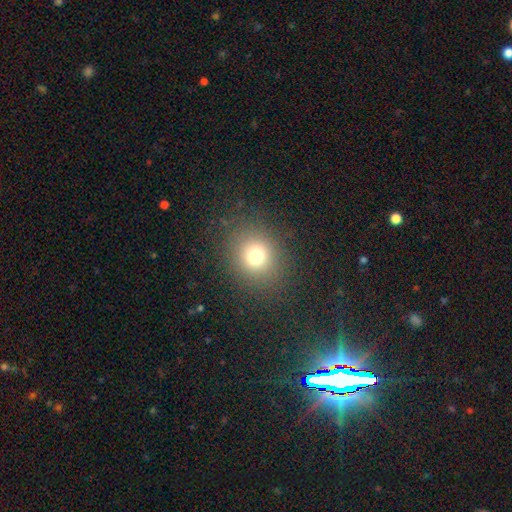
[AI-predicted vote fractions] A smooth galaxy with no disk features (74%) that is round (78%). Merging: none (86%).